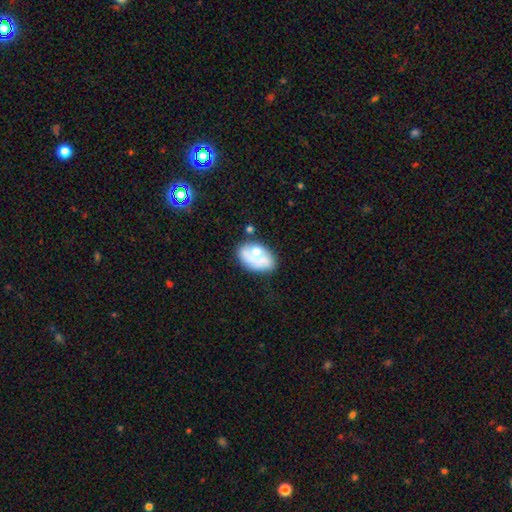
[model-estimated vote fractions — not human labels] This is possibly a smooth galaxy (58%). How rounded: clearly in between (88%). Merging: marginally none (44%).